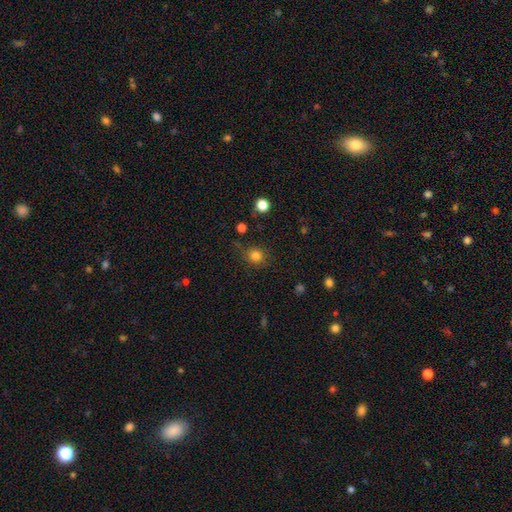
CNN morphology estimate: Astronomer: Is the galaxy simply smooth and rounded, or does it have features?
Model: smooth — 81%.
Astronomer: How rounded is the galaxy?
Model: round — 83%.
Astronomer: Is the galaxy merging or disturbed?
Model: none — 81%.